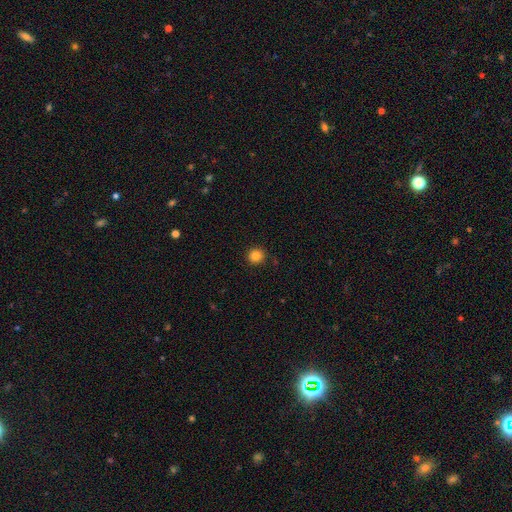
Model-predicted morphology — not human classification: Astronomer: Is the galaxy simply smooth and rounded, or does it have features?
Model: smooth — 84%.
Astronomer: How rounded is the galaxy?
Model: round — 92%.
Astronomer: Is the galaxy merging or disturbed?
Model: none — 90%.